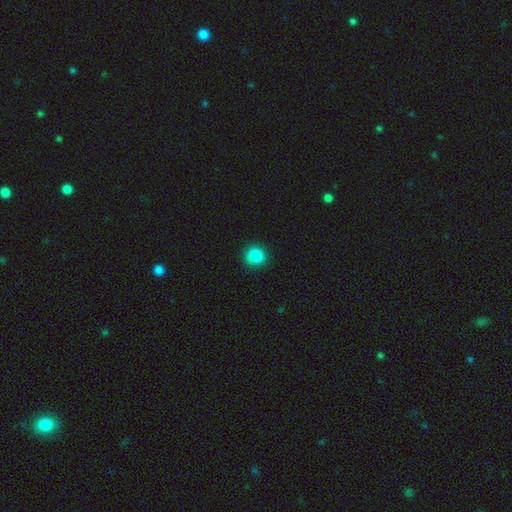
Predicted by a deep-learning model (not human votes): The model was most divided on "how rounded": round: 87%, in between: 12%, cigar-shaped: 1%. More confident: merging — none (90%); smooth or featured — smooth (86%).